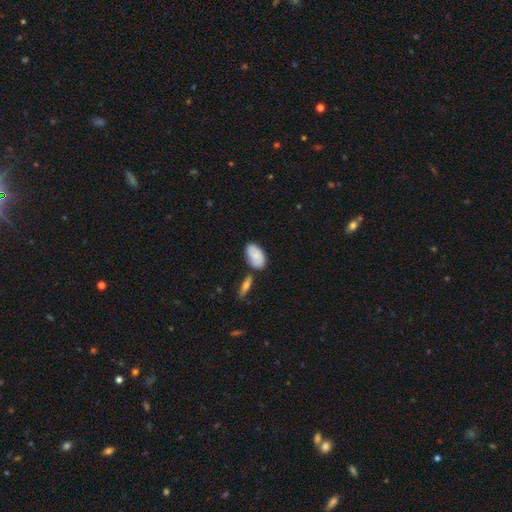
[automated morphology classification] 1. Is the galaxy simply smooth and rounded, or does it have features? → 76% smooth, 18% featured or disk, 6% star or artifact.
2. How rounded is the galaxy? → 93% in between, 4% round, 3% cigar-shaped.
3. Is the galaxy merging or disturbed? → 64% none, 18% minor disturbance, 14% merger, 4% major disturbance.